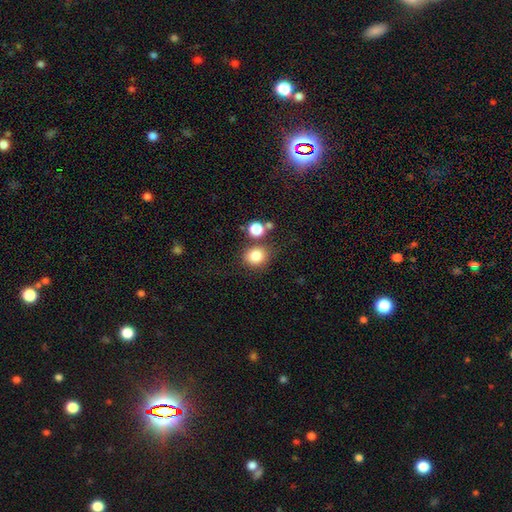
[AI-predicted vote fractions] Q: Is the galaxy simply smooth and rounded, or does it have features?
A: smooth — 83%.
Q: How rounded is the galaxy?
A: round — 77%.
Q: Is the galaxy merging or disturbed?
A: none — 72%.